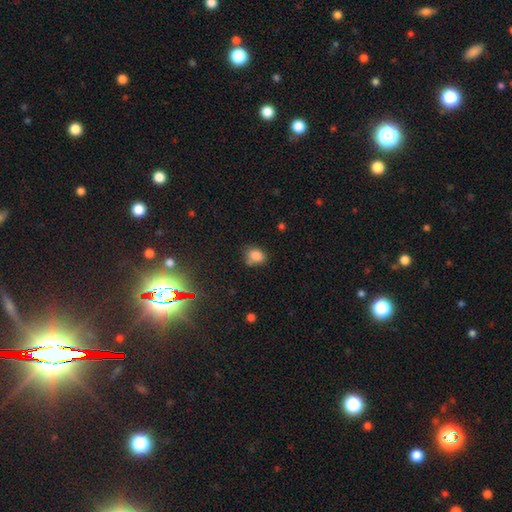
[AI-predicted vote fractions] This is clearly a smooth galaxy (82%). How rounded: possibly in between (59%). Merging: possibly none (60%).